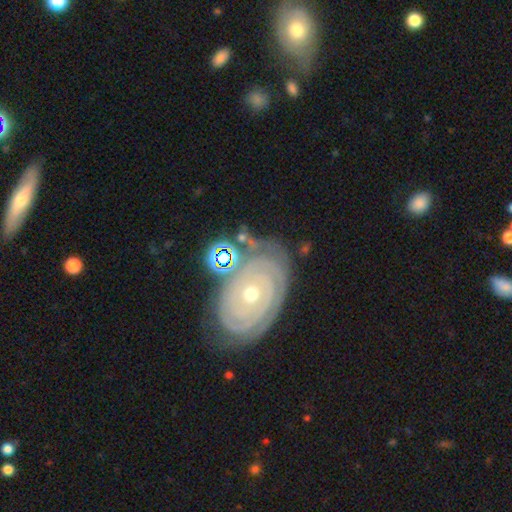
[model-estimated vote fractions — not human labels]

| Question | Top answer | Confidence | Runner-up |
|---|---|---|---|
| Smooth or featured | featured or disk | 85% | smooth (8%) |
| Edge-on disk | no | 96% | yes (4%) |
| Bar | no | 81% | weak (13%) |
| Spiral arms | yes | 95% | no (5%) |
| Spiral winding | tight | 89% | medium (8%) |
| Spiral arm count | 2 | 32% | can't tell (30%) |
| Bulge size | small | 52% | moderate (45%) |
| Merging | none | 74% | minor disturbance (15%) |